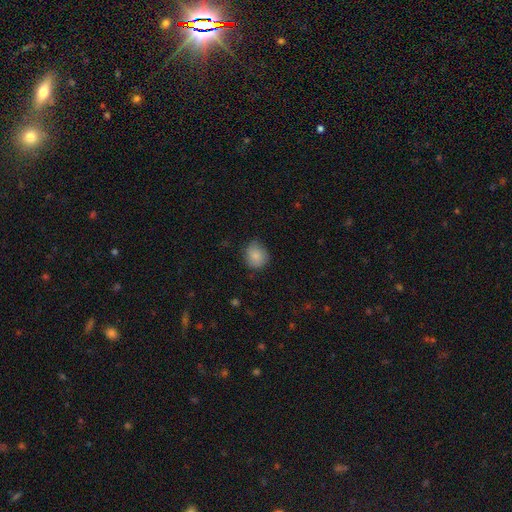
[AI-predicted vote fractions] Smooth or featured: smooth — 84% (star or artifact — 8%)
How rounded: round — 79% (in between — 20%)
Merging: none — 72% (minor disturbance — 23%)